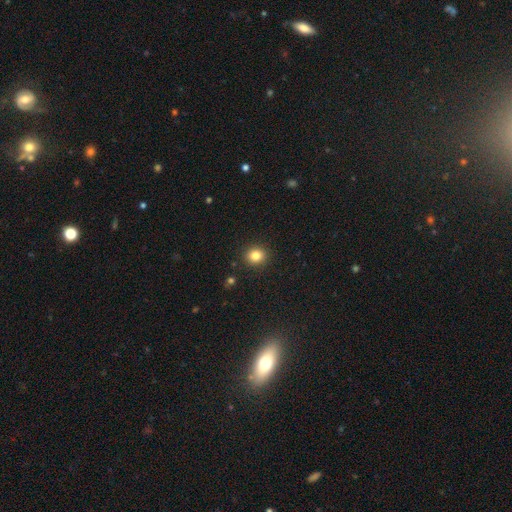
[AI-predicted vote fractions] This appears to be a smooth galaxy with no disk features (83%) that is round (83%). Merging: none (91%).